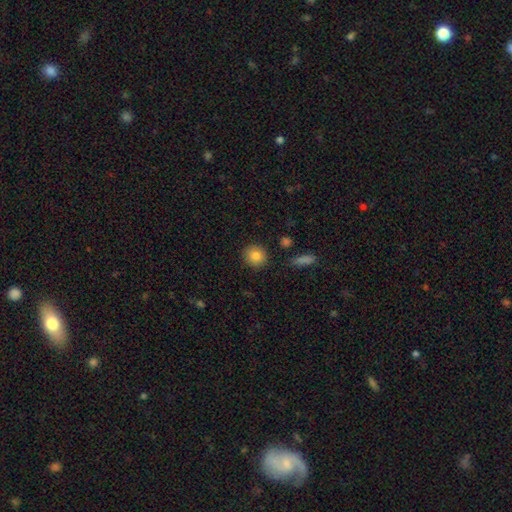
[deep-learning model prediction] Smooth or featured?
  - smooth: 84% *
  - star or artifact: 9%
  - featured or disk: 7%
How rounded?
  - round: 89% *
  - in between: 10%
  - cigar-shaped: 1%
Merging?
  - none: 89% *
  - minor disturbance: 7%
  - major disturbance: 2%
  - merger: 2%